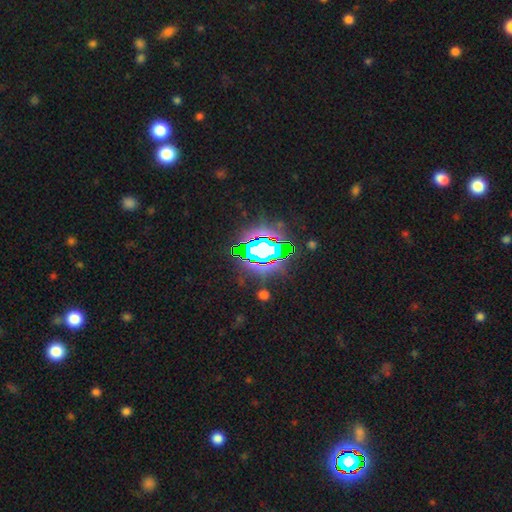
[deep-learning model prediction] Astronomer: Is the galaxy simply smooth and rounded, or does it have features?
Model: star or artifact — 84%.